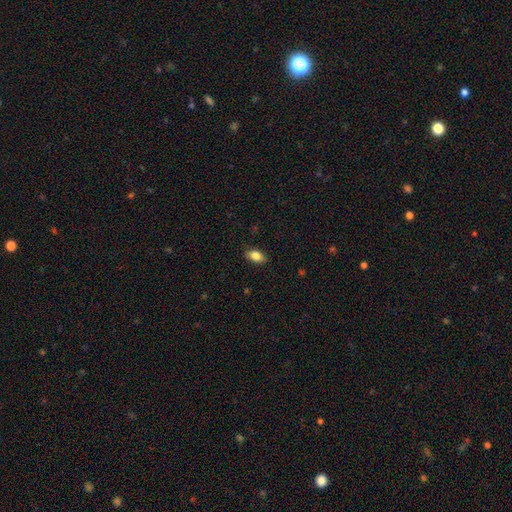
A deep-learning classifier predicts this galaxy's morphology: Smooth or featured? smooth (84%)
How rounded? in between (89%)
Merging? none (86%)